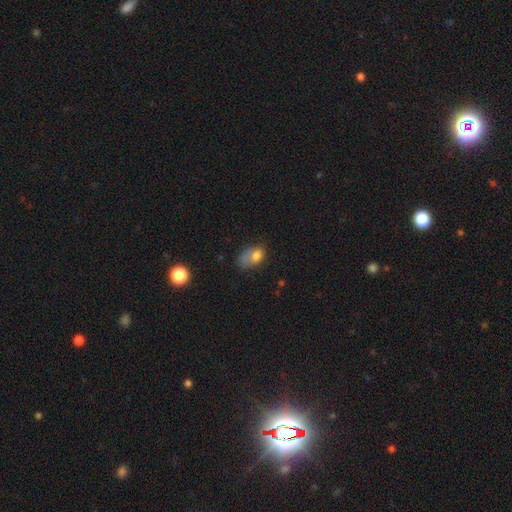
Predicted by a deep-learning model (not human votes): Smooth or featured?
  - smooth: 72% *
  - featured or disk: 17%
  - star or artifact: 11%
How rounded?
  - in between: 79% *
  - round: 19%
  - cigar-shaped: 2%
Merging?
  - major disturbance: 35% *
  - minor disturbance: 30%
  - none: 28%
  - merger: 7%